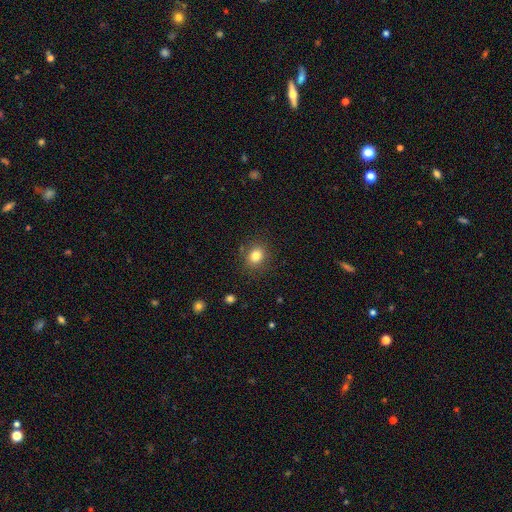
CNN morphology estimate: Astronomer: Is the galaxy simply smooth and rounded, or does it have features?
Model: smooth — 82%.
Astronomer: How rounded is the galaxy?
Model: round — 65%.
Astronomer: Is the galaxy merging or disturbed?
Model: none — 84%.